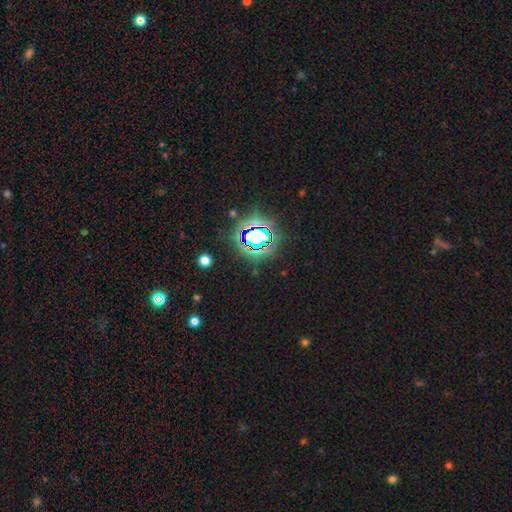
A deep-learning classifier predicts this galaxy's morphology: smooth-or-featured: star or artifact: 76% | smooth: 16% | featured or disk: 8%